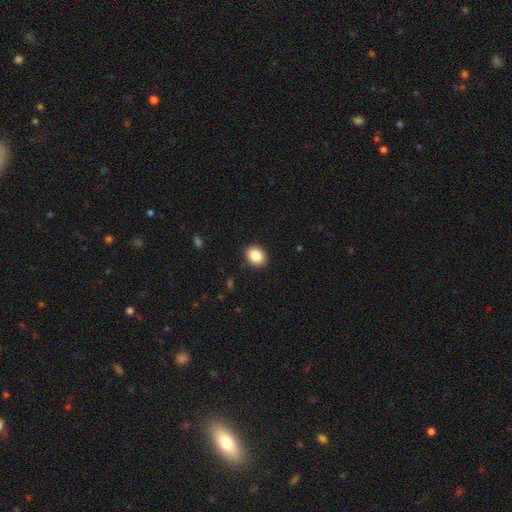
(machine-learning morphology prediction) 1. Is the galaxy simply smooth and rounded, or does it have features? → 87% smooth, 8% star or artifact, 5% featured or disk.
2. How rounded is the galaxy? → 53% in between, 46% round, 1% cigar-shaped.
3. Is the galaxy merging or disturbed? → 90% none, 7% minor disturbance, 2% major disturbance, 1% merger.